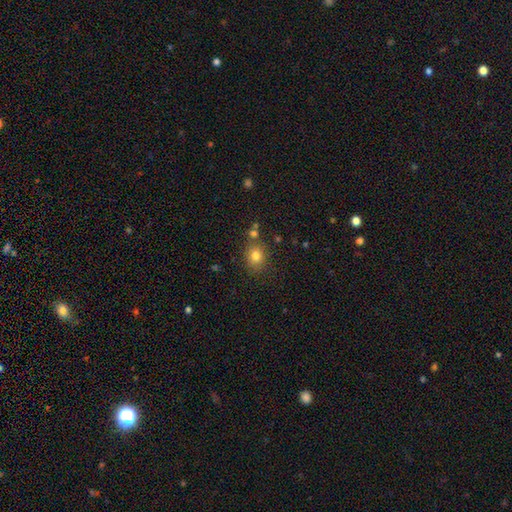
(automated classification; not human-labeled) Morphology: type=smooth (79%); roundness=round (69%); merging=none (76%).